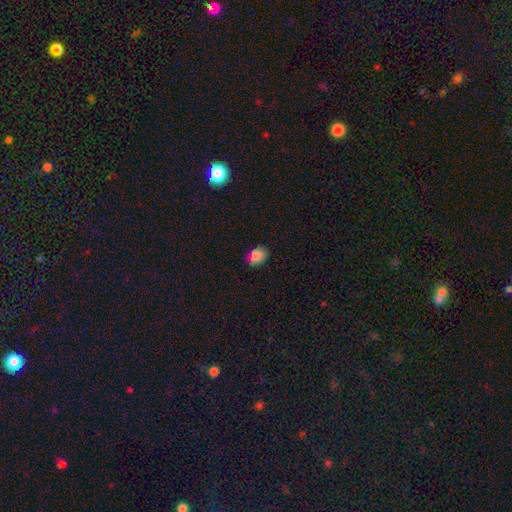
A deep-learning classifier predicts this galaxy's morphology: smooth-or-featured: smooth: 86% | star or artifact: 10% | featured or disk: 4%
  how-rounded: in between: 70% | round: 29% | cigar-shaped: 1%
  merging: none: 82% | minor disturbance: 14% | major disturbance: 3% | merger: 1%